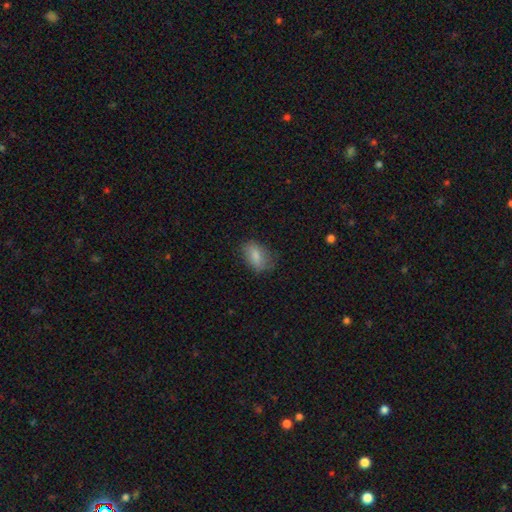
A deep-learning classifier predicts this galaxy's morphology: The model was most divided on "merging": none: 71%, minor disturbance: 21%, major disturbance: 6%, merger: 1%. More confident: how rounded — in between (88%); smooth or featured — smooth (81%).